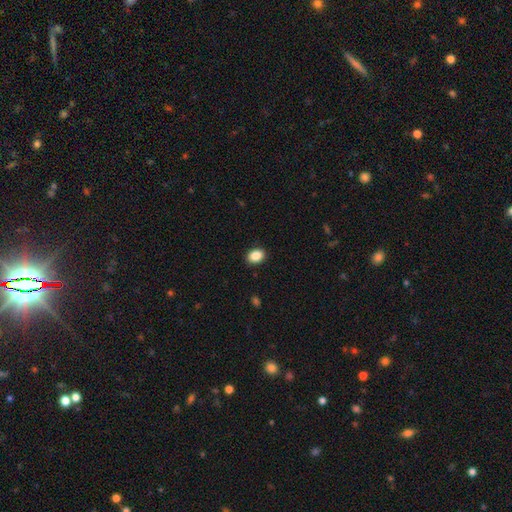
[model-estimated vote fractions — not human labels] A smooth galaxy with no disk features (88%) that is in between round and cigar-shaped (71%).

Vote fractions:
- Smooth or featured? smooth: 88% / star or artifact: 8% / featured or disk: 4%
- How rounded? in between: 71% / round: 28% / cigar-shaped: 1%
- Merging? none: 90% / minor disturbance: 7% / major disturbance: 2% / merger: 1%